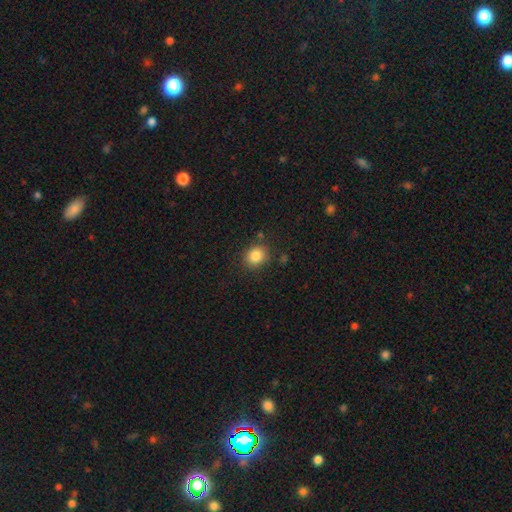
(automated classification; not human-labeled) Smooth or featured?
  - smooth: 85% *
  - star or artifact: 10%
  - featured or disk: 6%
How rounded?
  - round: 60% *
  - in between: 39%
  - cigar-shaped: 1%
Merging?
  - none: 83% *
  - minor disturbance: 11%
  - major disturbance: 3%
  - merger: 3%